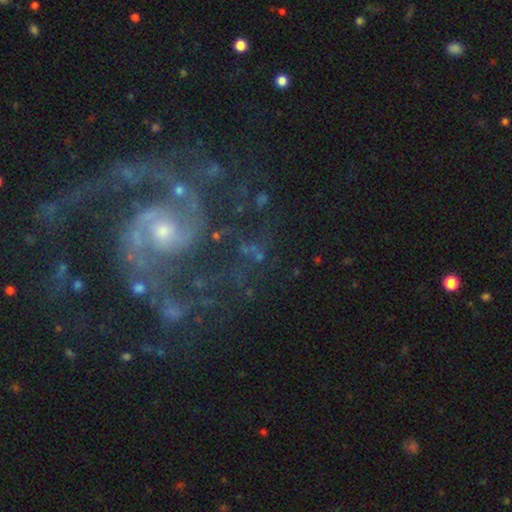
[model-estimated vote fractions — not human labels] Smooth or featured? featured or disk (70%)
Edge-on disk? no (97%)
Bar? no (55%)
Spiral arms? yes (89%)
Spiral winding? medium (46%)
Spiral arm count? 2 (53%)
Bulge size? small (53%)
Merging? none (55%)